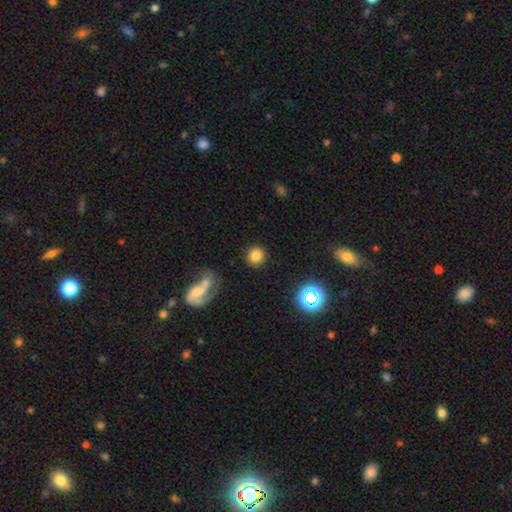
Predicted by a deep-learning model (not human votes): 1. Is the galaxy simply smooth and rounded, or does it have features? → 78% smooth, 13% star or artifact, 8% featured or disk.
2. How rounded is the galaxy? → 90% round, 9% in between, 1% cigar-shaped.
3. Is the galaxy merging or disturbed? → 87% none, 7% minor disturbance, 4% major disturbance, 3% merger.